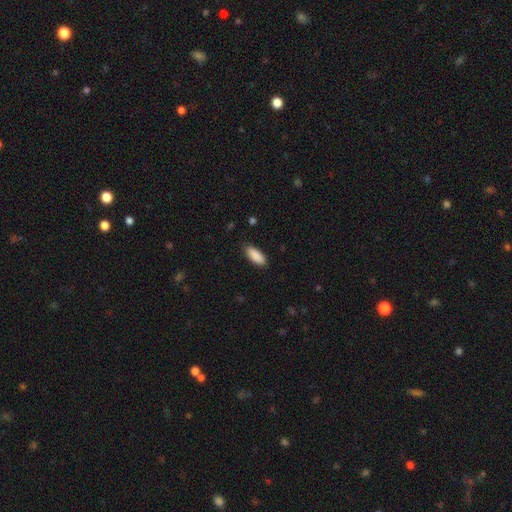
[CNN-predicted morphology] type=smooth (91%); roundness=in between (79%); merging=none (88%).